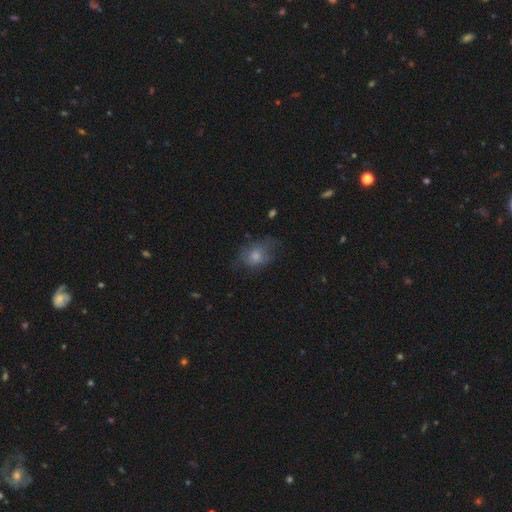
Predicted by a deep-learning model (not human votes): The model was most divided on "merging": none: 48%, minor disturbance: 29%, major disturbance: 21%, merger: 2%. More confident: smooth or featured — smooth (70%); how rounded — in between (68%).